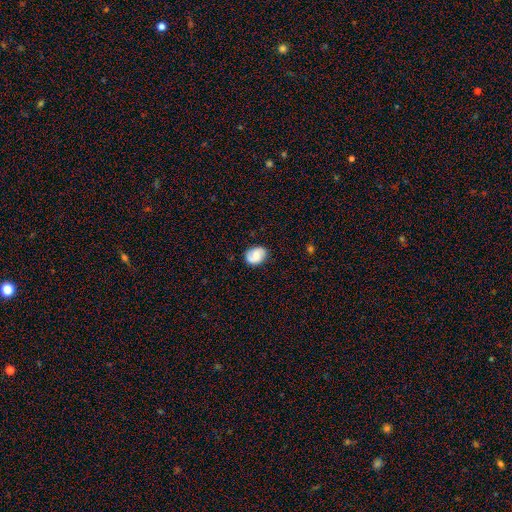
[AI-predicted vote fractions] smooth_or_featured: smooth (p=0.52) [alt: featured or disk p=0.40]
how_rounded: in between (p=0.59) [alt: round p=0.40]
merging: none (p=0.79) [alt: minor disturbance p=0.16]